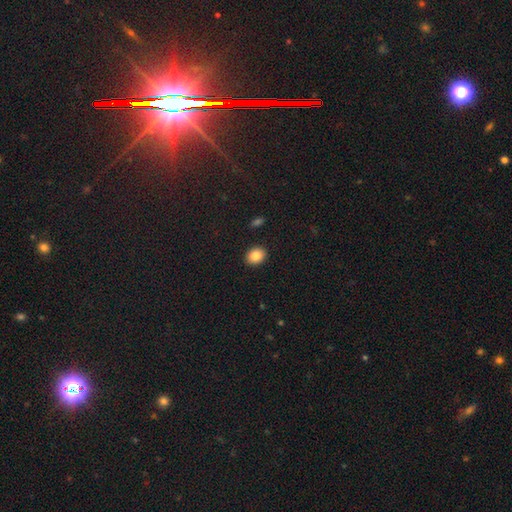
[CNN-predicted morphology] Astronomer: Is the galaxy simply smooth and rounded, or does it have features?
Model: smooth — 86%.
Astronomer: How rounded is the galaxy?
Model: in between — 53% (runner-up: round, 46%).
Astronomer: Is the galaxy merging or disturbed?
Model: none — 90%.